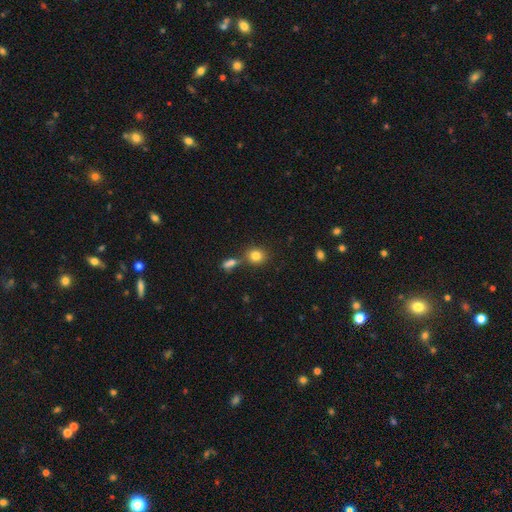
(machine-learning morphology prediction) smooth 82%, star or artifact 11%, featured or disk 7%. Down the decision tree: how rounded — round (74%); merging — none (69%).